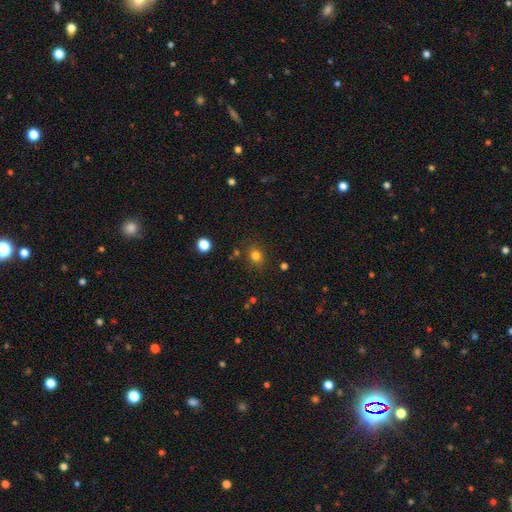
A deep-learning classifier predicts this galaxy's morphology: The model was most divided on "how rounded": round: 62%, in between: 37%, cigar-shaped: 1%. More confident: merging — none (81%); smooth or featured — smooth (80%).